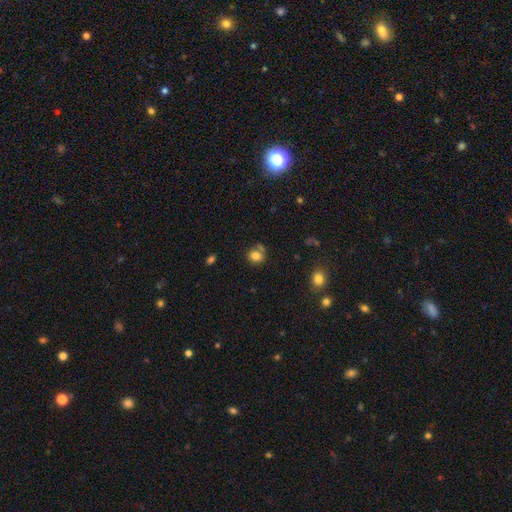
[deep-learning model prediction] The model was most divided on "how rounded": round: 71%, in between: 28%, cigar-shaped: 1%. More confident: smooth or featured — smooth (80%); merging — none (61%).